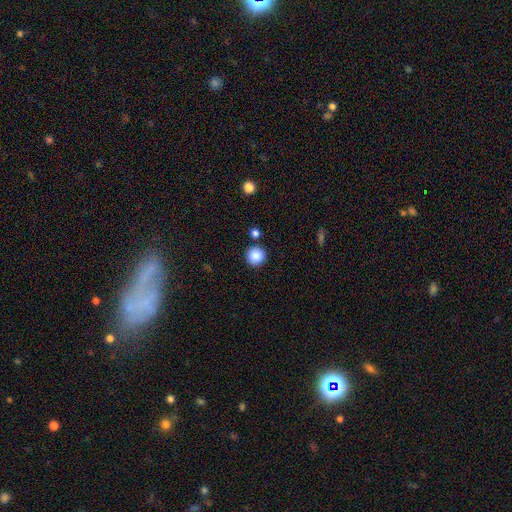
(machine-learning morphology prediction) Smooth or featured: smooth — 87% (star or artifact — 9%)
How rounded: round — 95% (in between — 4%)
Merging: none — 87% (minor disturbance — 7%)